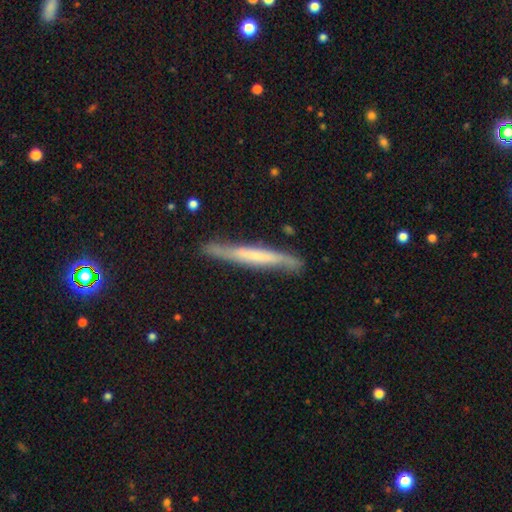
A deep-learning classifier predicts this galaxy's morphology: type=featured or disk (55%); edge-on=yes (87%); merging=none (78%).